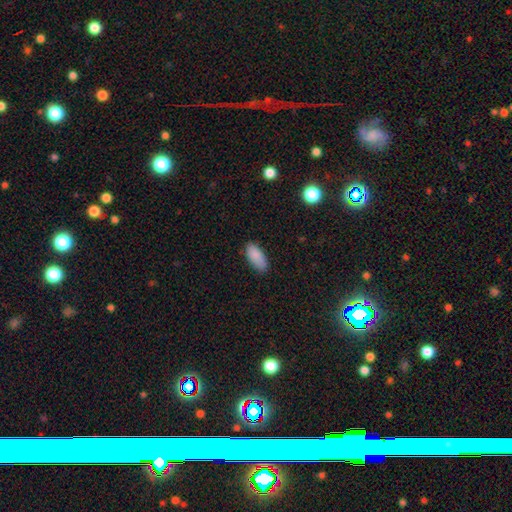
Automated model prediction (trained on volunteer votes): Q: Smooth or featured?
A: smooth (88%); runner-up: star or artifact (7%)
Q: How rounded?
A: in between (89%); runner-up: cigar-shaped (9%)
Q: Merging?
A: none (82%); runner-up: minor disturbance (14%)